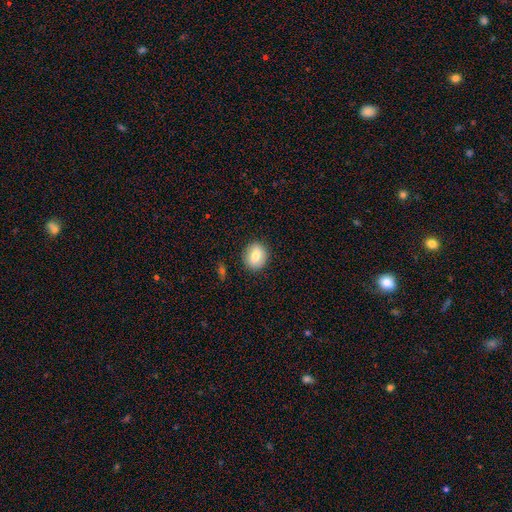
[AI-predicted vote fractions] A smooth galaxy with no disk features (76%) that is round (72%). Merging: none (88%).